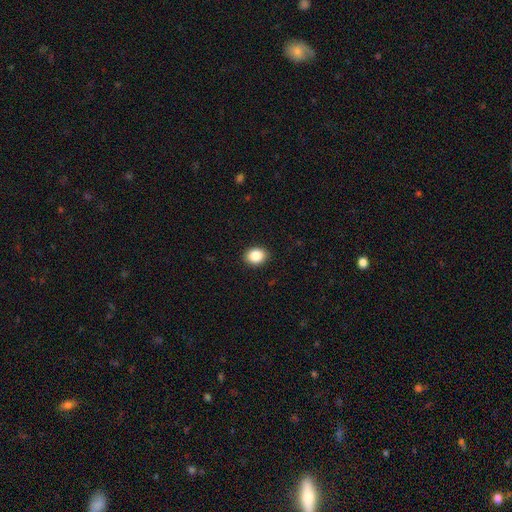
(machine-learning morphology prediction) The model was most divided on "how rounded": in between: 50%, round: 49%, cigar-shaped: 1%. More confident: merging — none (91%); smooth or featured — smooth (87%).